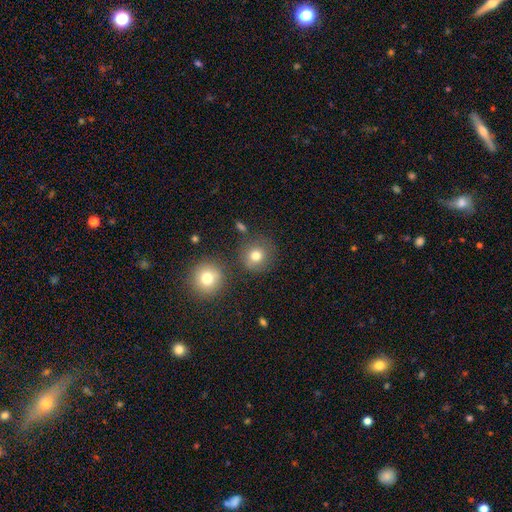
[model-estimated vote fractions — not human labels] A smooth galaxy with no disk features (77%) that is round (89%).

Vote fractions:
- Smooth or featured? smooth: 77% / star or artifact: 14% / featured or disk: 9%
- How rounded? round: 89% / in between: 10% / cigar-shaped: 1%
- Merging? none: 77% / minor disturbance: 11% / merger: 8% / major disturbance: 4%